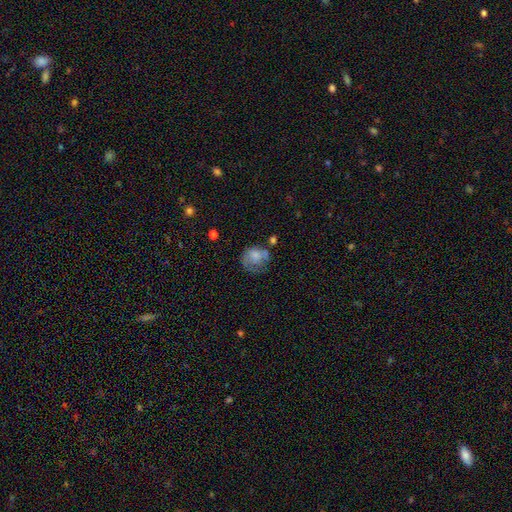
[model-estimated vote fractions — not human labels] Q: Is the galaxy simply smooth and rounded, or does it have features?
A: smooth — 59%.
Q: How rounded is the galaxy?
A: round — 68%.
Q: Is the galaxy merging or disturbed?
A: none — 36%.